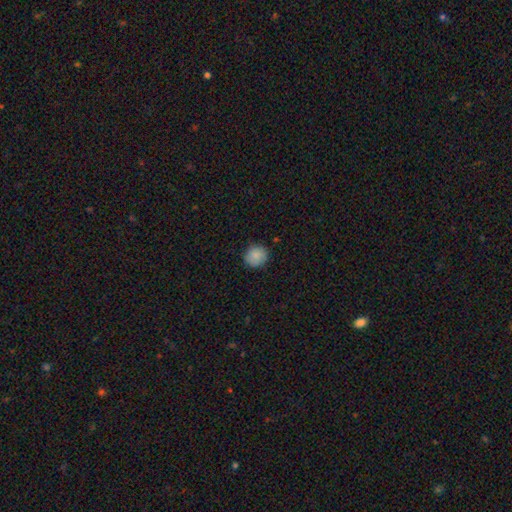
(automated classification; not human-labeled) Smooth or featured: smooth — 87% (star or artifact — 8%)
How rounded: round — 90% (in between — 9%)
Merging: none — 84% (minor disturbance — 13%)